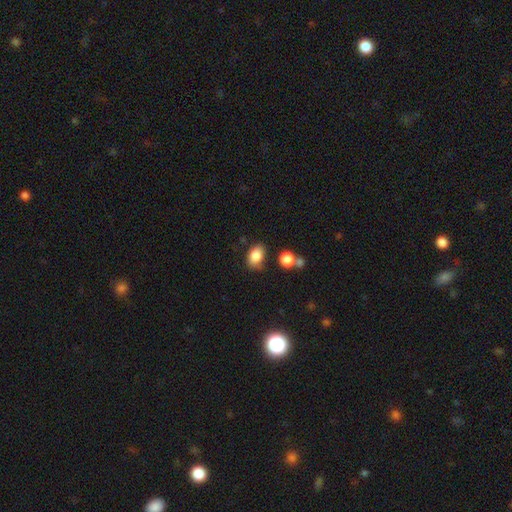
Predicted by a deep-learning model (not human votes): A smooth galaxy with no disk features (86%) that is in between round and cigar-shaped (81%). Merging: none (71%).